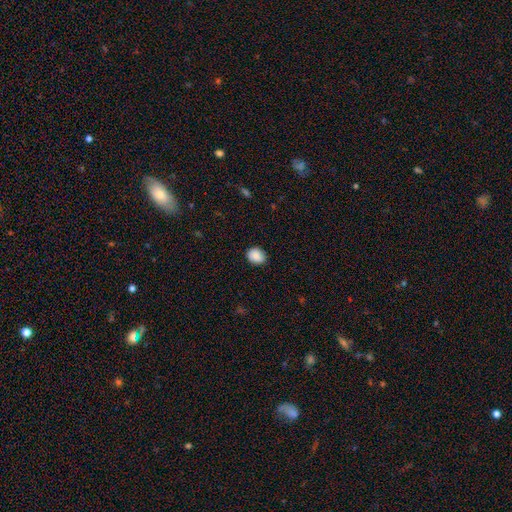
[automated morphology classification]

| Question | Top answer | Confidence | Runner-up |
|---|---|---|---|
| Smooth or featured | smooth | 88% | star or artifact (8%) |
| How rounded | round | 58% | in between (41%) |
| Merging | none | 87% | minor disturbance (10%) |